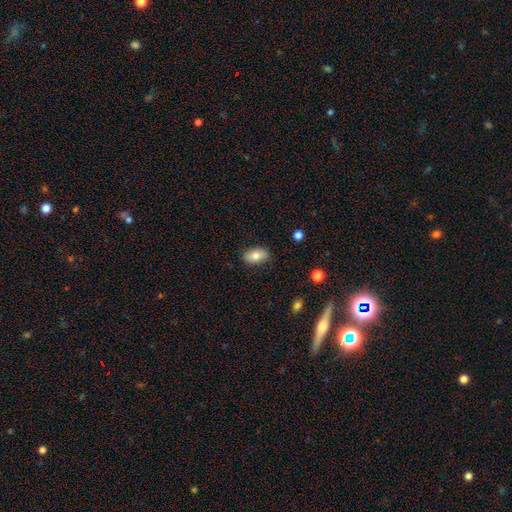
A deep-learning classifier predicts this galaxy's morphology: type=smooth (77%); roundness=in between (91%); merging=none (85%).